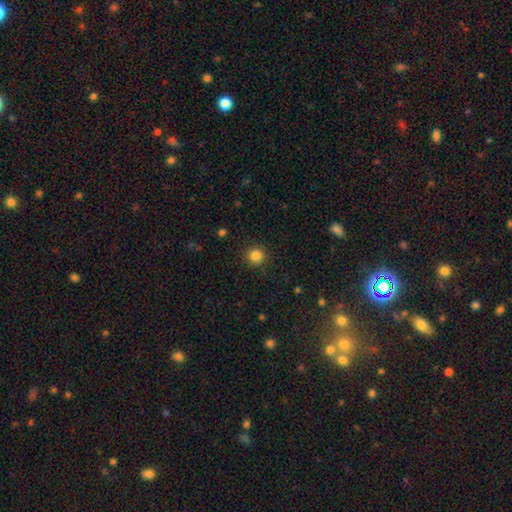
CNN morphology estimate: Overall: smooth (84%). How rounded: round (92%). Merging: none (90%).